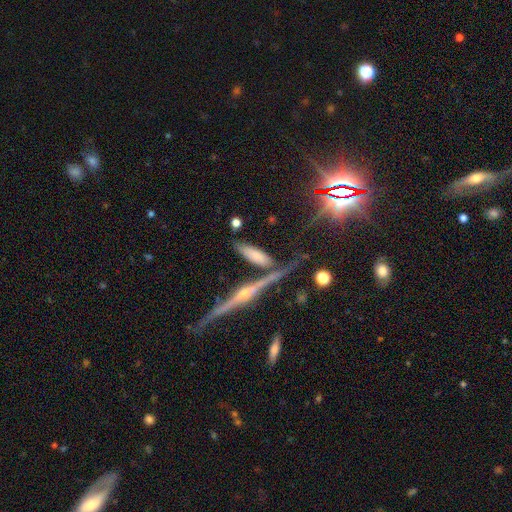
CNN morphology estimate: smooth-or-featured: smooth: 53% | featured or disk: 38% | star or artifact: 9%
  how-rounded: in between: 51% | cigar-shaped: 45% | round: 5%
  merging: none: 59% | minor disturbance: 19% | merger: 15% | major disturbance: 7%